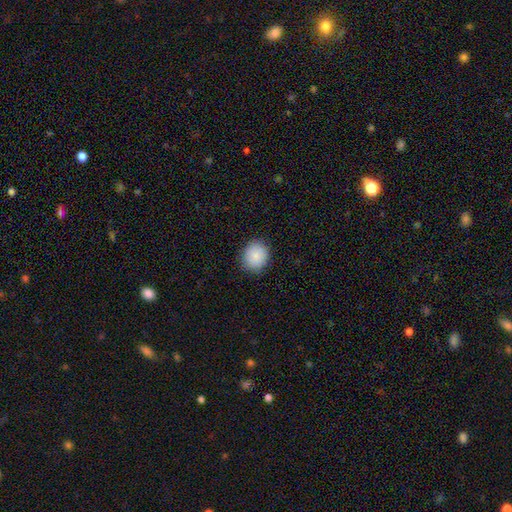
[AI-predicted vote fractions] Q: Smooth or featured?
A: smooth (86%); runner-up: star or artifact (8%)
Q: How rounded?
A: round (72%); runner-up: in between (27%)
Q: Merging?
A: none (87%); runner-up: minor disturbance (9%)